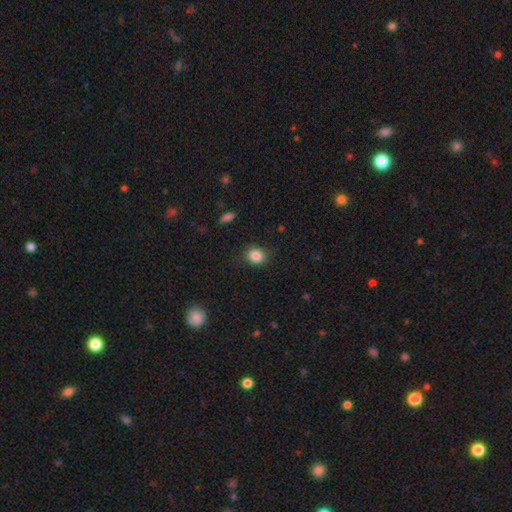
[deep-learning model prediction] smooth-or-featured: smooth: 85% | star or artifact: 10% | featured or disk: 5%
  how-rounded: round: 65% | in between: 34% | cigar-shaped: 1%
  merging: none: 83% | minor disturbance: 13% | major disturbance: 3% | merger: 1%